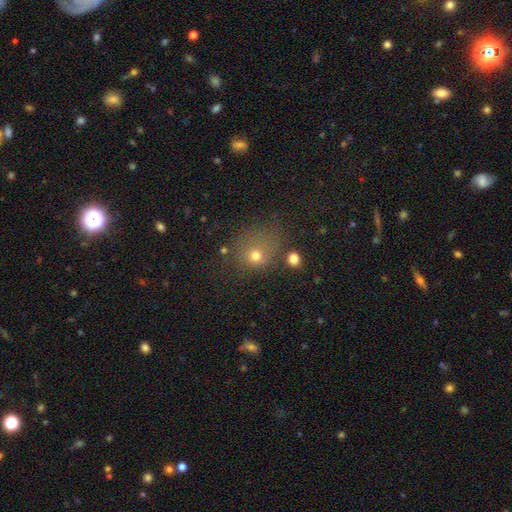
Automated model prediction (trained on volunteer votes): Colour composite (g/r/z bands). It shows a smooth galaxy with no disk features (69%) that is round (73%). Merging: none (55%).